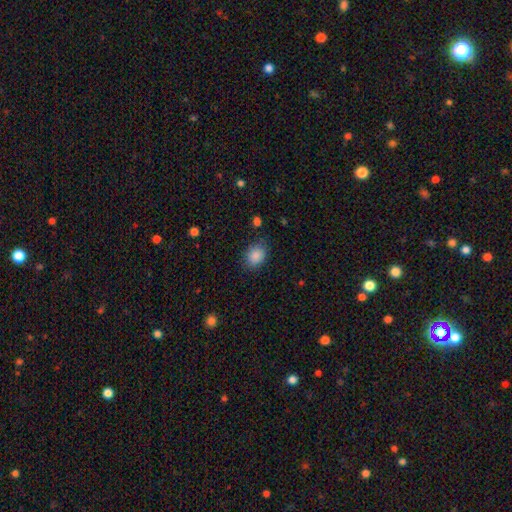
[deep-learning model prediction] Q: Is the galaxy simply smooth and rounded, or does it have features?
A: smooth — 87%.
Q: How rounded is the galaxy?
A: in between — 62%.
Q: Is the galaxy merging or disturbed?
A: none — 79%.